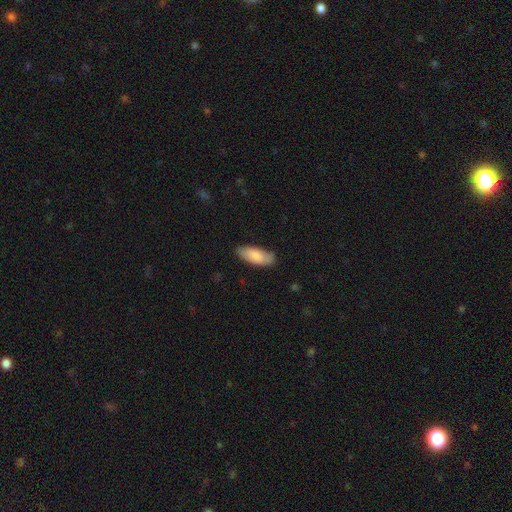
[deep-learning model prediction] The model was most divided on "how rounded": in between: 79%, cigar-shaped: 19%, round: 2%. More confident: smooth or featured — smooth (82%); merging — none (80%).